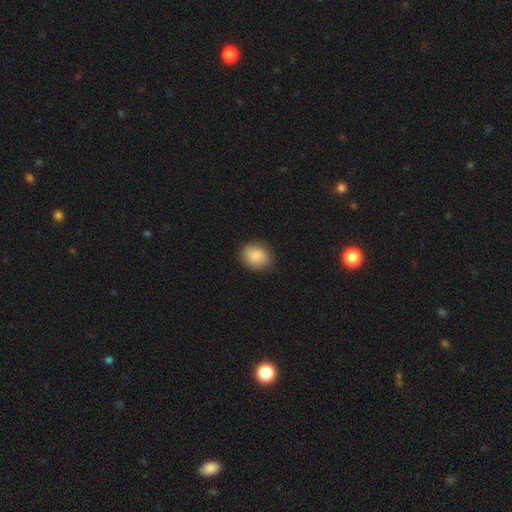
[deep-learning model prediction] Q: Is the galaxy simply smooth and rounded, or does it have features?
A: smooth — 84%.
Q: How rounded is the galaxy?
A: round — 64%.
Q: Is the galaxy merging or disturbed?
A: none — 82%.